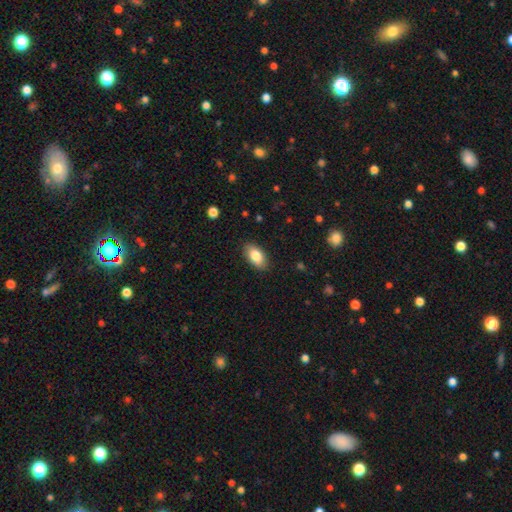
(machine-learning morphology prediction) smooth-or-featured: smooth: 84% | featured or disk: 9% | star or artifact: 7%
  how-rounded: in between: 93% | round: 4% | cigar-shaped: 3%
  merging: none: 87% | minor disturbance: 10% | major disturbance: 2% | merger: 1%